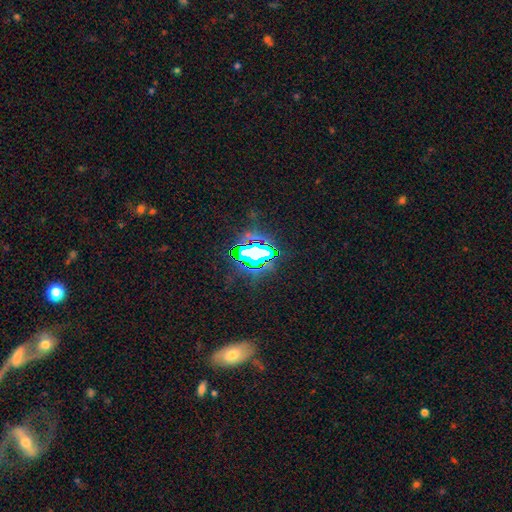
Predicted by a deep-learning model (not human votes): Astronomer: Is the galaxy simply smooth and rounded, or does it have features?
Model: star or artifact — 68%.